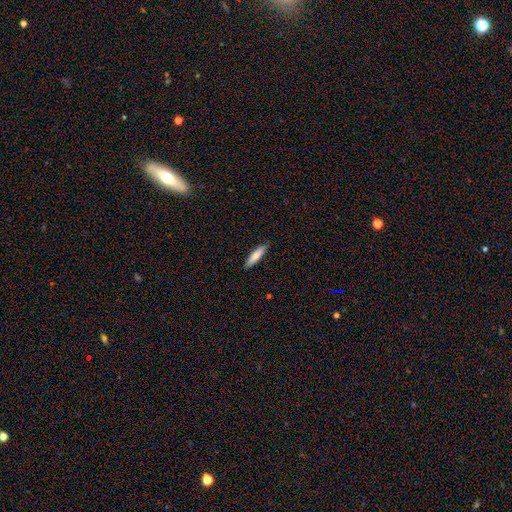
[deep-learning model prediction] smooth-or-featured: smooth: 79% | featured or disk: 16% | star or artifact: 5%
  how-rounded: cigar-shaped: 77% | in between: 21% | round: 1%
  merging: none: 88% | minor disturbance: 9% | major disturbance: 2% | merger: 1%